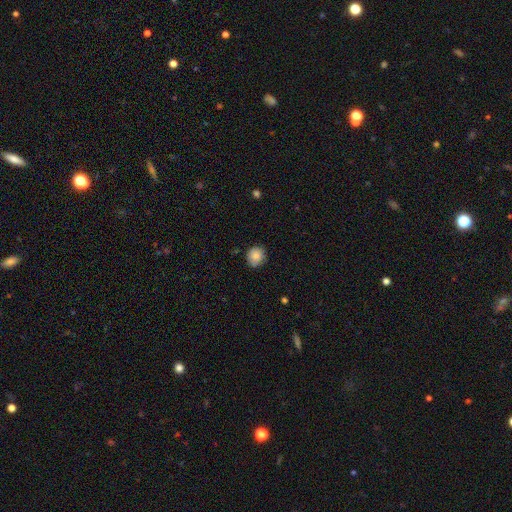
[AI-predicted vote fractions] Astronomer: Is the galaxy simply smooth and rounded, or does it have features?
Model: smooth — 85%.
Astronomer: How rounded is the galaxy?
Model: round — 81%.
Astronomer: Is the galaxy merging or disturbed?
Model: none — 77%.